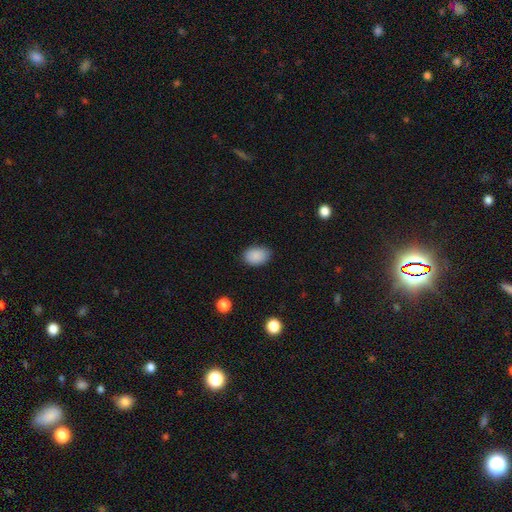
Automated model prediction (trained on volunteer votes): smooth_or_featured: smooth (p=0.89) [alt: star or artifact p=0.08]
how_rounded: in between (p=0.79) [alt: round p=0.20]
merging: none (p=0.81) [alt: minor disturbance p=0.15]